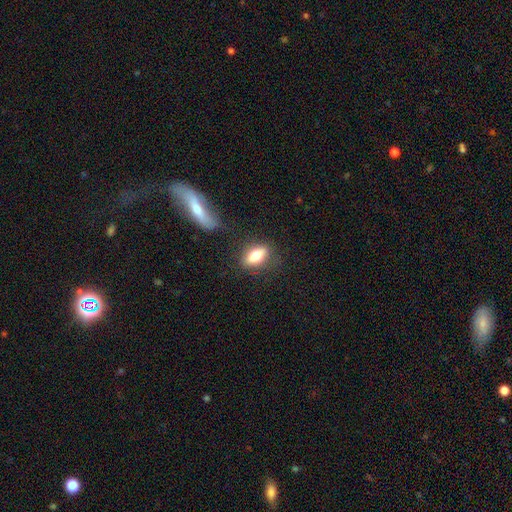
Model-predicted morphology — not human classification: This appears to be a smooth galaxy with no disk features (71%) that is in between round and cigar-shaped (80%). Merging: none (76%).